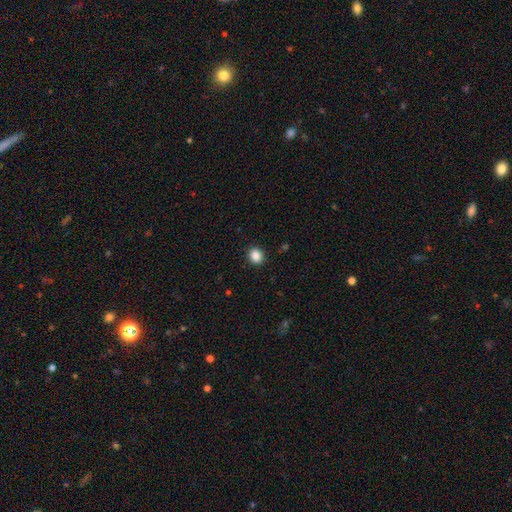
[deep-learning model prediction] Overall: smooth (87%). How rounded: round (77%). Merging: none (91%).